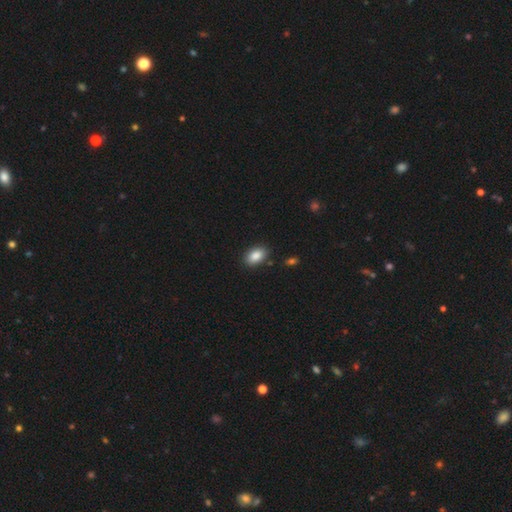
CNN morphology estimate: Q: Smooth or featured?
A: smooth (87%); runner-up: star or artifact (7%)
Q: How rounded?
A: in between (91%); runner-up: round (7%)
Q: Merging?
A: none (86%); runner-up: minor disturbance (9%)